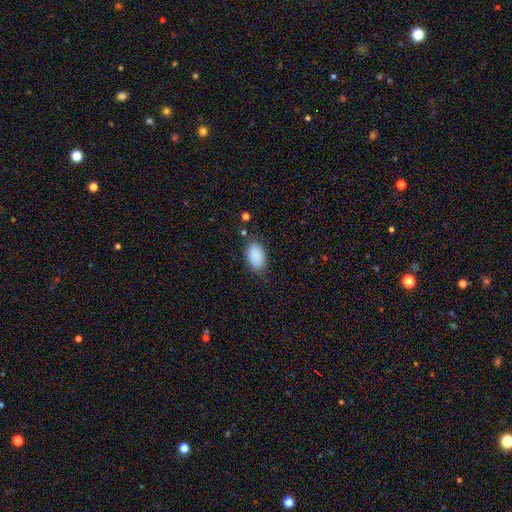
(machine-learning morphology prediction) Overall: smooth (89%). How rounded: in between (93%). Merging: none (80%).